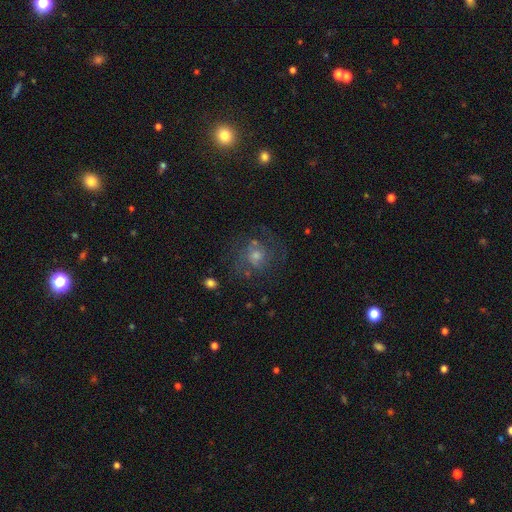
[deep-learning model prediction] smooth-or-featured: featured or disk: 53% | smooth: 27% | star or artifact: 20%
  disk-edge-on: no: 97% | yes: 3%
    bar: no: 78% | weak: 19% | strong: 3%
    has-spiral-arms: yes: 78% | no: 22%
    bulge-size: moderate: 49% | small: 36% | large: 8% | none: 5% | dominant: 2%
  merging: none: 68% | minor disturbance: 15% | major disturbance: 14% | merger: 3%